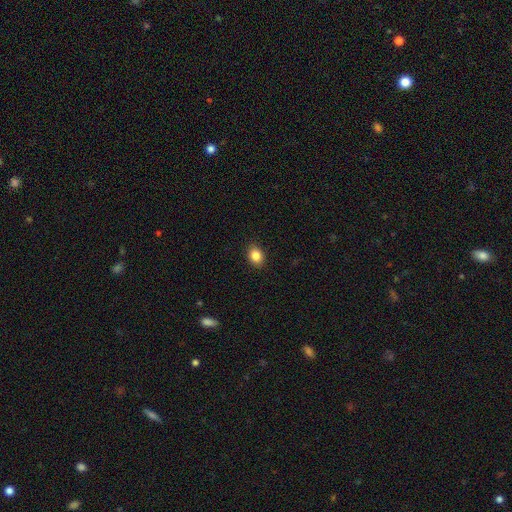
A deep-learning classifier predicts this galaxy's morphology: A smooth galaxy with no disk features (85%) that is in between round and cigar-shaped (57%). Merging: none (89%).